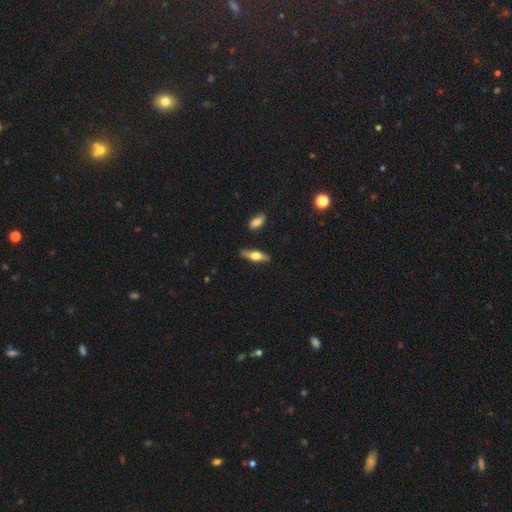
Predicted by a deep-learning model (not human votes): Smooth or featured: smooth — 49% (featured or disk — 45%)
Merging: none — 84% (minor disturbance — 12%)